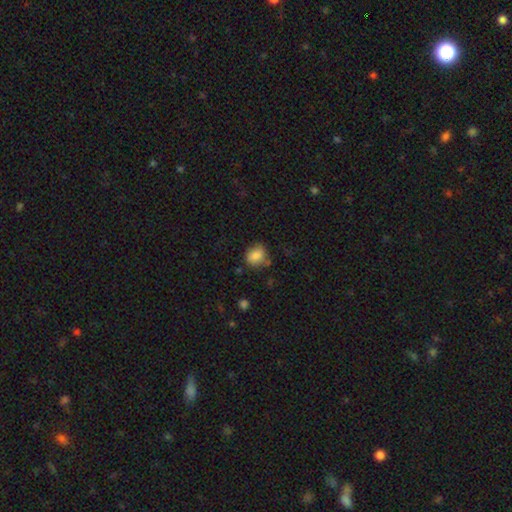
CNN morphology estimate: type=smooth (84%); roundness=in between (52%); merging=none (67%).